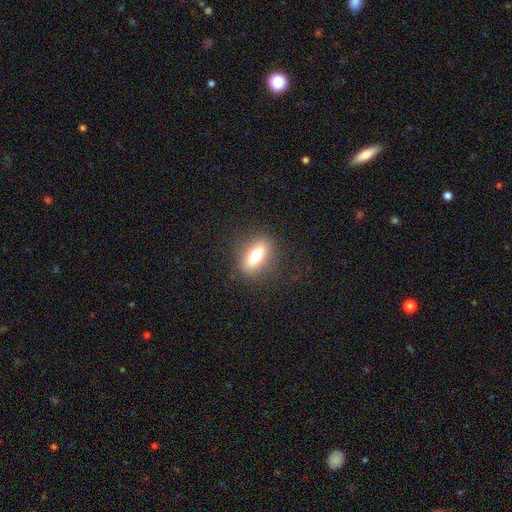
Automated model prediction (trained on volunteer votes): This is likely a smooth galaxy (68%). How rounded: likely in between (72%). Merging: clearly none (85%).